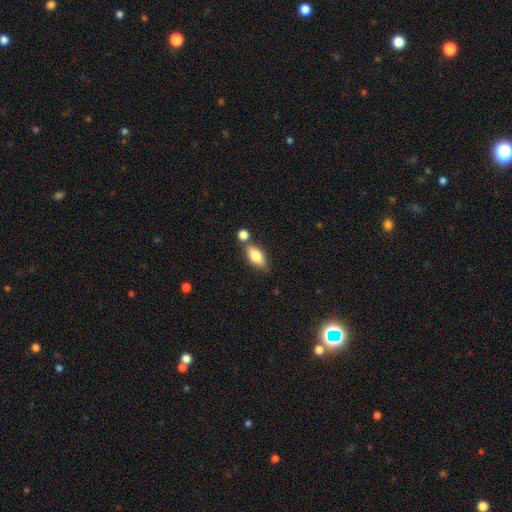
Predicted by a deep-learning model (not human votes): Q: Smooth or featured?
A: smooth (79%); runner-up: featured or disk (13%)
Q: How rounded?
A: in between (86%); runner-up: cigar-shaped (9%)
Q: Merging?
A: none (60%); runner-up: merger (22%)